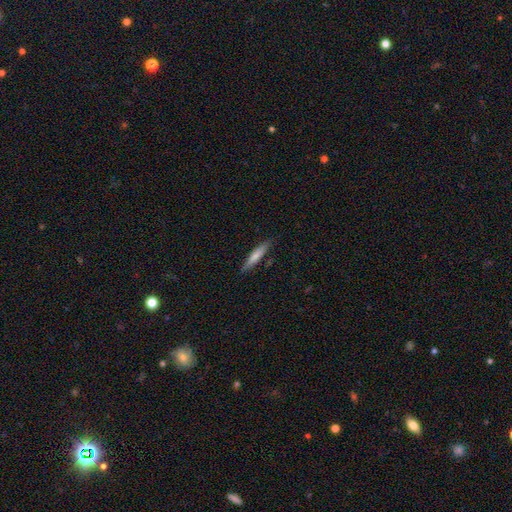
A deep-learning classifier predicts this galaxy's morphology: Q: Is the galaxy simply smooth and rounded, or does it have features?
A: smooth — 71%.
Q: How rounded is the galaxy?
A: cigar-shaped — 90%.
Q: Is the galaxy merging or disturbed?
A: none — 85%.